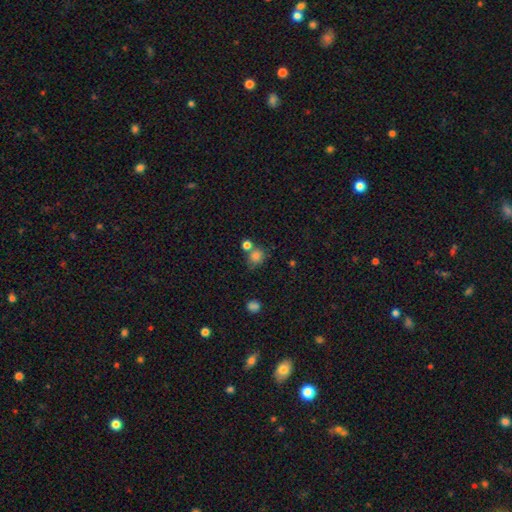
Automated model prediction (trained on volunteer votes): Q: Smooth or featured?
A: smooth (80%); runner-up: star or artifact (13%)
Q: How rounded?
A: round (77%); runner-up: in between (22%)
Q: Merging?
A: none (55%); runner-up: merger (26%)